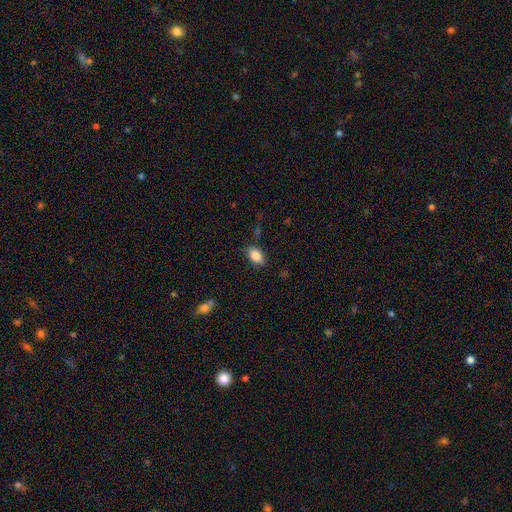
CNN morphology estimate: type=smooth (87%); roundness=in between (90%); merging=none (81%).